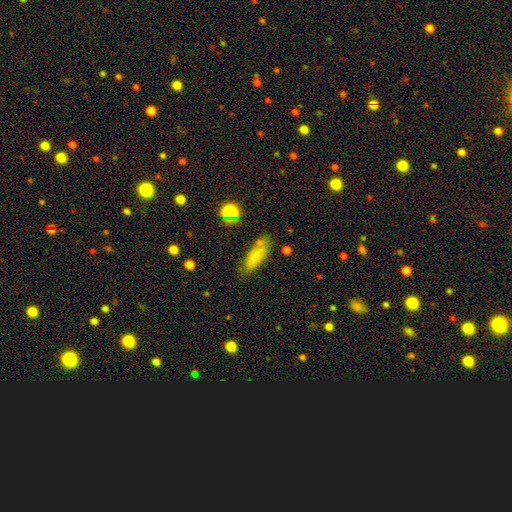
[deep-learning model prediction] smooth_or_featured: smooth (p=0.79) [alt: featured or disk p=0.11]
how_rounded: in between (p=0.68) [alt: cigar-shaped p=0.30]
merging: none (p=0.73) [alt: minor disturbance p=0.17]